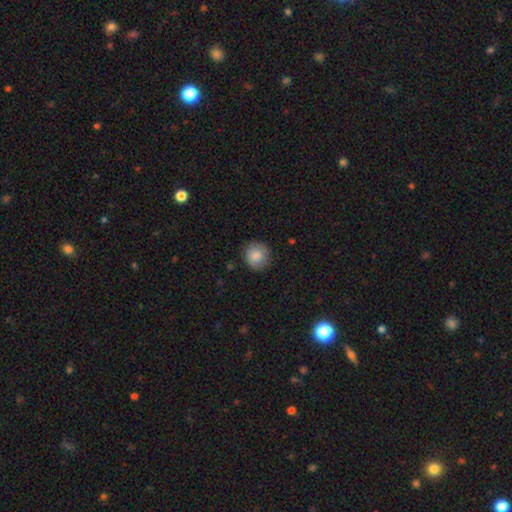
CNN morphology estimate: This is clearly a smooth galaxy (83%). How rounded: clearly round (91%). Merging: clearly none (85%).